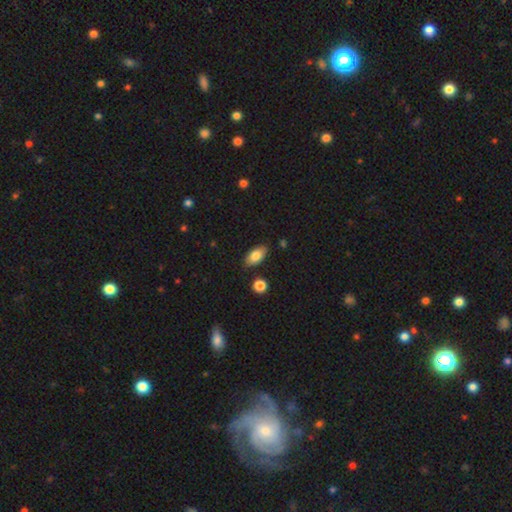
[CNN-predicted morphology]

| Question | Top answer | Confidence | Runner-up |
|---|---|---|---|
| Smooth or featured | smooth | 81% | featured or disk (11%) |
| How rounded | in between | 91% | cigar-shaped (5%) |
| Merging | none | 83% | minor disturbance (12%) |